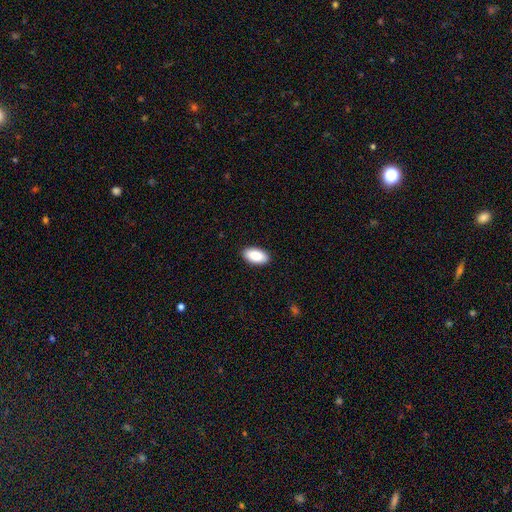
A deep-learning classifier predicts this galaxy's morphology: A smooth galaxy with no disk features (89%) that is in between round and cigar-shaped (95%). Merging: none (90%).